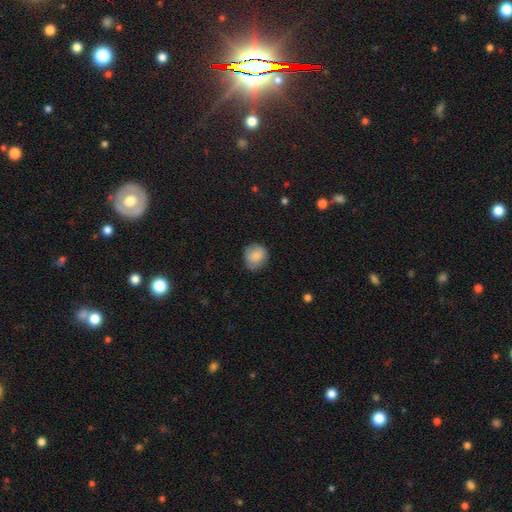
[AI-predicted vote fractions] Q: Smooth or featured?
A: smooth (81%); runner-up: featured or disk (12%)
Q: How rounded?
A: round (82%); runner-up: in between (17%)
Q: Merging?
A: none (74%); runner-up: minor disturbance (21%)